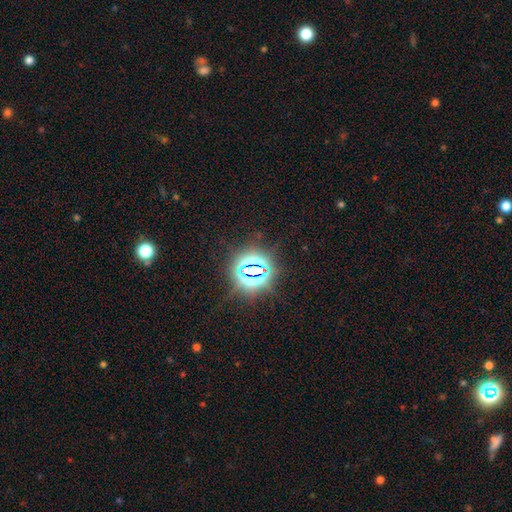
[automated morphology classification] Smooth or featured: star or artifact — 81% (smooth — 12%)